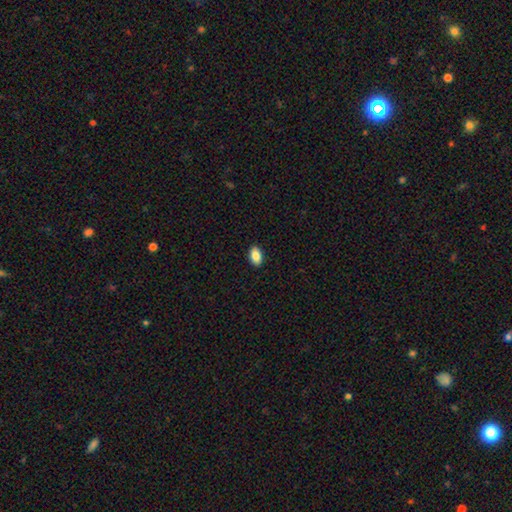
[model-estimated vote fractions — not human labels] Smooth or featured: smooth — 87% (star or artifact — 8%)
How rounded: in between — 90% (round — 8%)
Merging: none — 90% (minor disturbance — 7%)